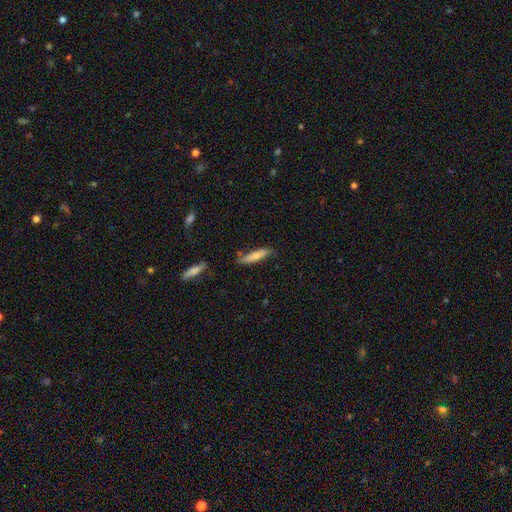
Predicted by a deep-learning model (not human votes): Morphology: type=smooth (70%); roundness=cigar-shaped (78%); merging=none (71%).